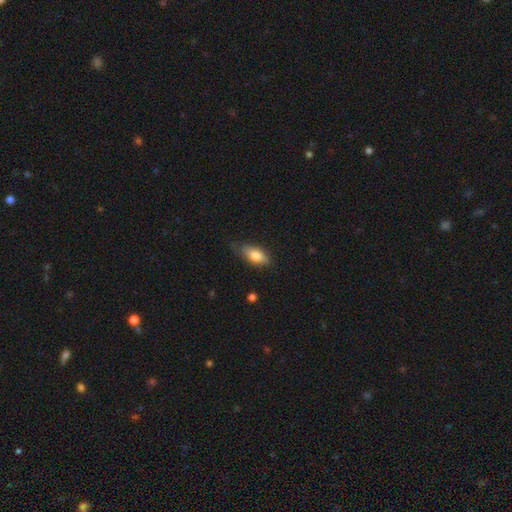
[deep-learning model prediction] Q: Smooth or featured?
A: smooth (78%); runner-up: featured or disk (15%)
Q: How rounded?
A: in between (85%); runner-up: cigar-shaped (11%)
Q: Merging?
A: none (64%); runner-up: minor disturbance (28%)